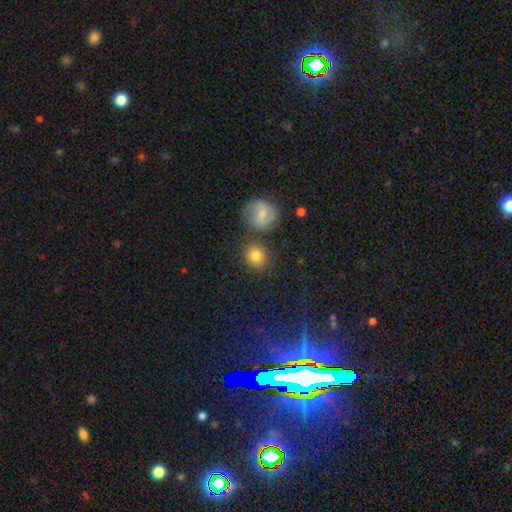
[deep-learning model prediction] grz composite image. It shows a smooth galaxy with no disk features (80%) that is round (81%). Merging: none (73%).